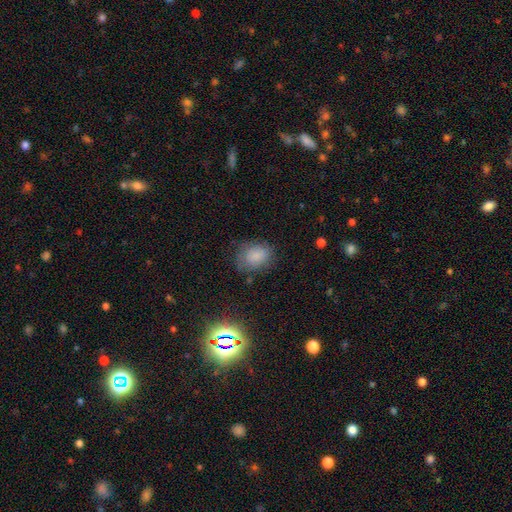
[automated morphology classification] A smooth galaxy with no disk features (81%) that is in between round and cigar-shaped (66%). Merging: none (69%).